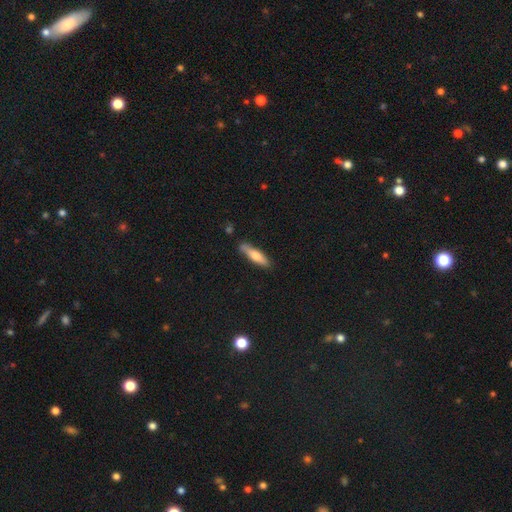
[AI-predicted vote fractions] This appears to be a smooth galaxy with no disk features (59%) that is cigar-shaped (78%). Merging: none (82%).